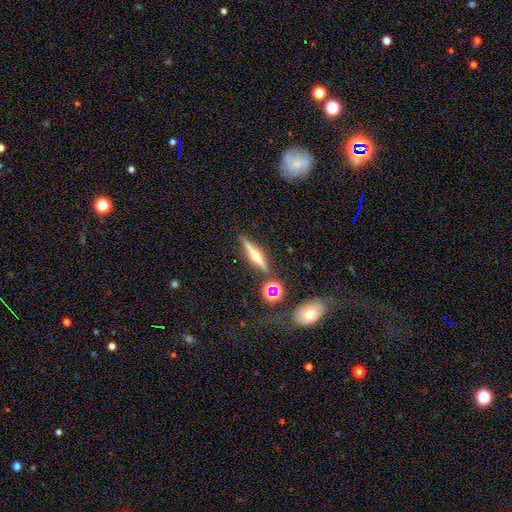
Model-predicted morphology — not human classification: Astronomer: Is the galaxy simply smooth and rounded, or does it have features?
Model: featured or disk — 71%.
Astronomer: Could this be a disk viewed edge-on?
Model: yes — 96%.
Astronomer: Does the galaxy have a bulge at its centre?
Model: rounded — 94%.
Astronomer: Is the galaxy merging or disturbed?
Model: none — 86%.